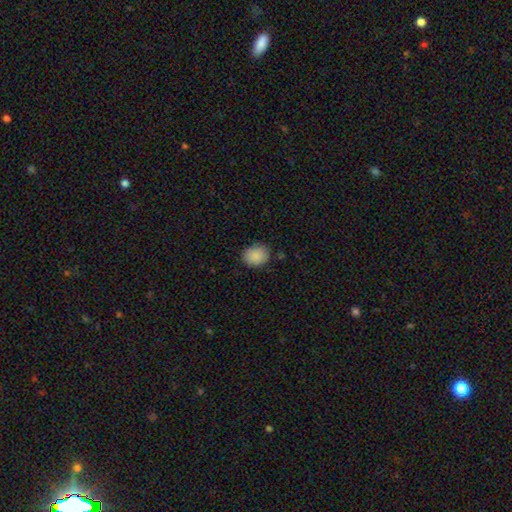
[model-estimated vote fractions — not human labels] The model was most divided on "how rounded": round: 59%, in between: 40%, cigar-shaped: 1%. More confident: smooth or featured — smooth (89%); merging — none (85%).